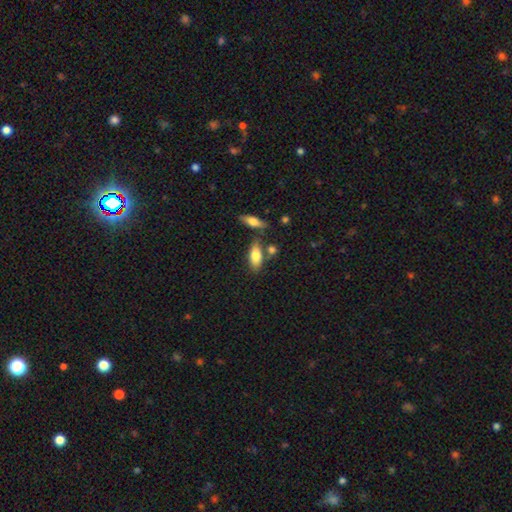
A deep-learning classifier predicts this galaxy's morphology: smooth-or-featured: smooth: 77% | featured or disk: 16% | star or artifact: 7%
  how-rounded: in between: 81% | cigar-shaped: 16% | round: 3%
  merging: none: 64% | merger: 18% | minor disturbance: 14% | major disturbance: 4%